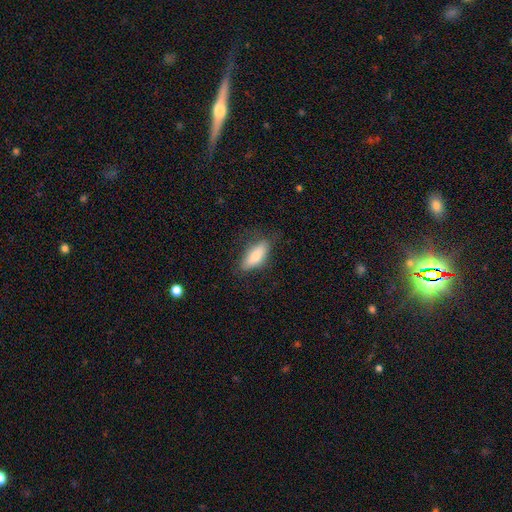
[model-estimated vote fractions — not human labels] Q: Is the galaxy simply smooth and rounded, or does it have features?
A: smooth — 76%.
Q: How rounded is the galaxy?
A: in between — 74%.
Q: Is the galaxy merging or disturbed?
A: none — 72%.